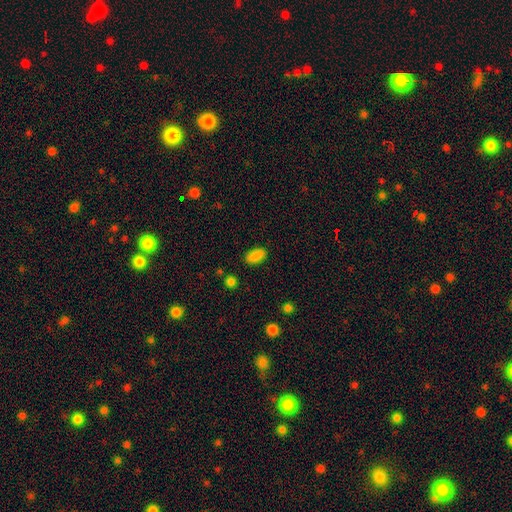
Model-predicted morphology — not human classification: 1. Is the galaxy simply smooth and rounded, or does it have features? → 88% smooth, 9% star or artifact, 3% featured or disk.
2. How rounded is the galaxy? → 92% in between, 5% round, 3% cigar-shaped.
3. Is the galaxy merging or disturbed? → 87% none, 9% minor disturbance, 2% major disturbance, 1% merger.